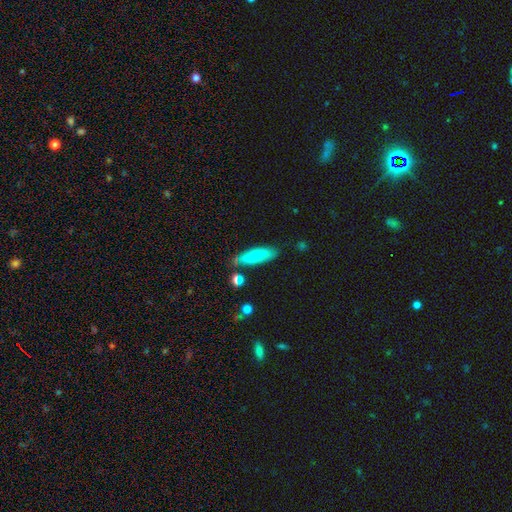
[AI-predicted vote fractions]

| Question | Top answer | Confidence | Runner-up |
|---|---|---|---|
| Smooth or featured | smooth | 72% | featured or disk (22%) |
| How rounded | in between | 50% | cigar-shaped (48%) |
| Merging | none | 73% | minor disturbance (18%) |